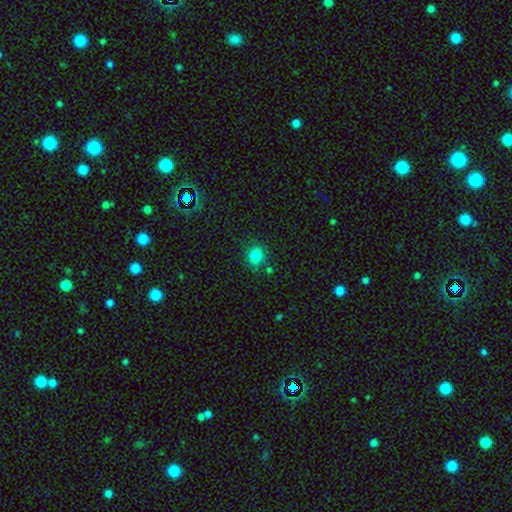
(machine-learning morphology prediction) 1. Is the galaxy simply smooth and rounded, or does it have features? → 83% smooth, 12% star or artifact, 5% featured or disk.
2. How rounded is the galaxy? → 56% round, 43% in between, 1% cigar-shaped.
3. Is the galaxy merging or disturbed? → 80% none, 12% minor disturbance, 5% merger, 3% major disturbance.